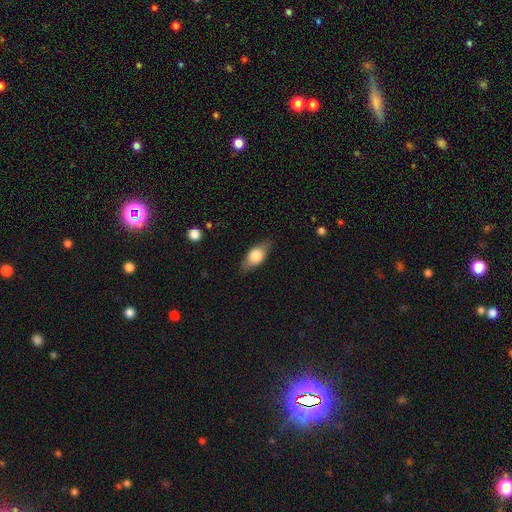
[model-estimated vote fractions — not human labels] smooth 70%, featured or disk 23%, star or artifact 7%. Down the decision tree: how rounded — in between (82%); merging — none (82%).